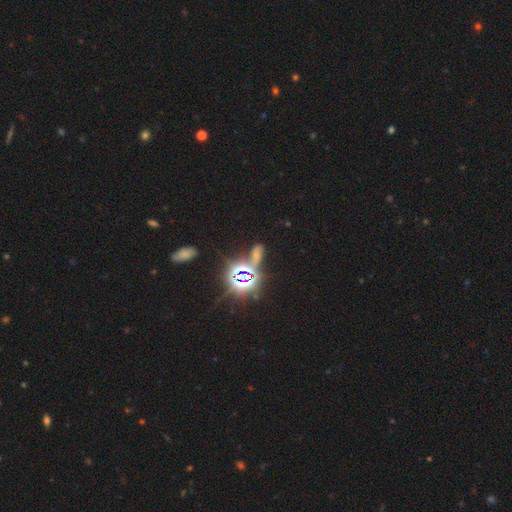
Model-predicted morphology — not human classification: This is likely a star or artifact rather than a galaxy (76%).